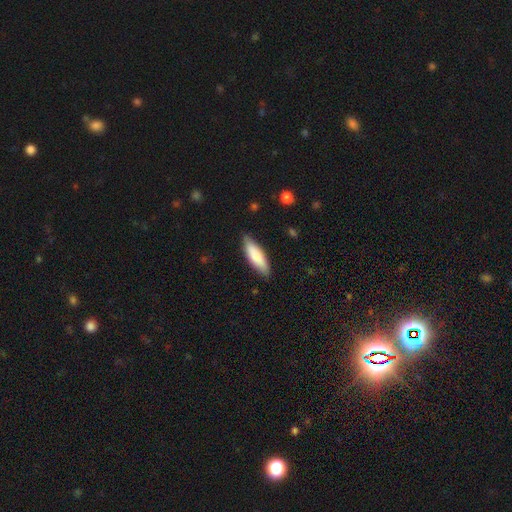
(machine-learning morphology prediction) Smooth or featured?
  - smooth: 81% *
  - featured or disk: 14%
  - star or artifact: 5%
How rounded?
  - cigar-shaped: 50% *
  - in between: 48%
  - round: 1%
Merging?
  - none: 83% *
  - minor disturbance: 14%
  - major disturbance: 2%
  - merger: 1%